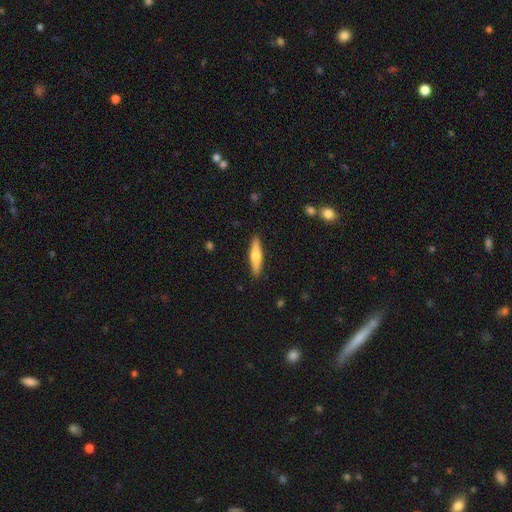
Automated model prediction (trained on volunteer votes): Morphology: type=smooth (54%); roundness=cigar-shaped (79%); merging=none (90%).